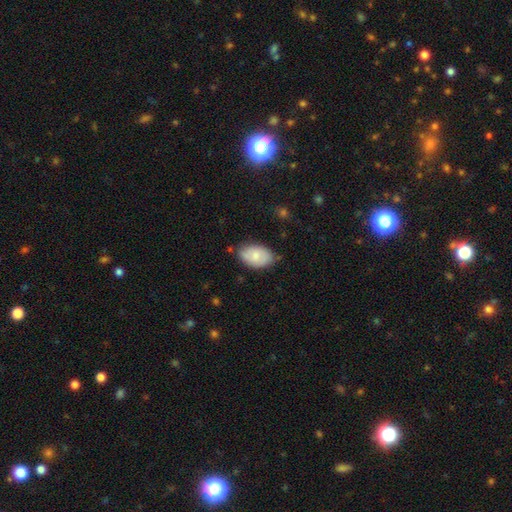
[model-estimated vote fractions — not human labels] A smooth galaxy with no disk features (75%) that is in between round and cigar-shaped (92%).

Vote fractions:
- Smooth or featured? smooth: 75% / featured or disk: 19% / star or artifact: 6%
- How rounded? in between: 92% / round: 7% / cigar-shaped: 1%
- Merging? none: 69% / minor disturbance: 24% / major disturbance: 4% / merger: 3%